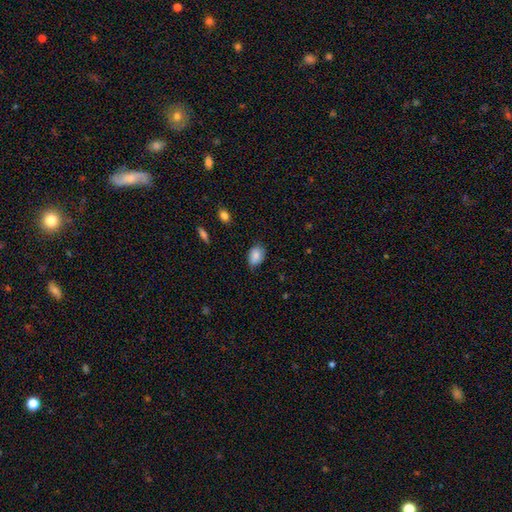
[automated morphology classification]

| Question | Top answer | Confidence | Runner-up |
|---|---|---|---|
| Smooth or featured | smooth | 86% | star or artifact (8%) |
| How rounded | in between | 81% | round (18%) |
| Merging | none | 72% | minor disturbance (23%) |